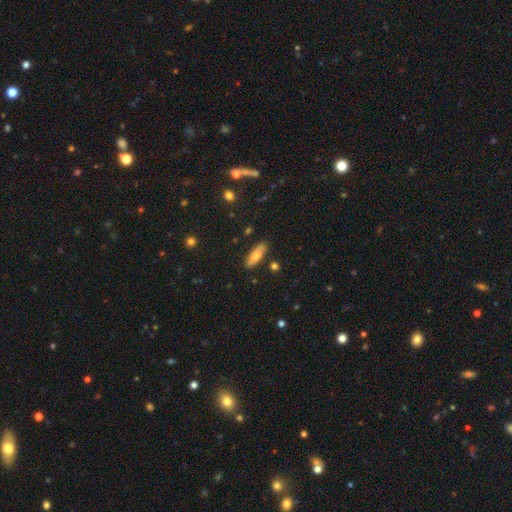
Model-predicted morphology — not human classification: Overall: smooth (71%). How rounded: in between (53%; cigar-shaped 44%). Merging: none (86%).